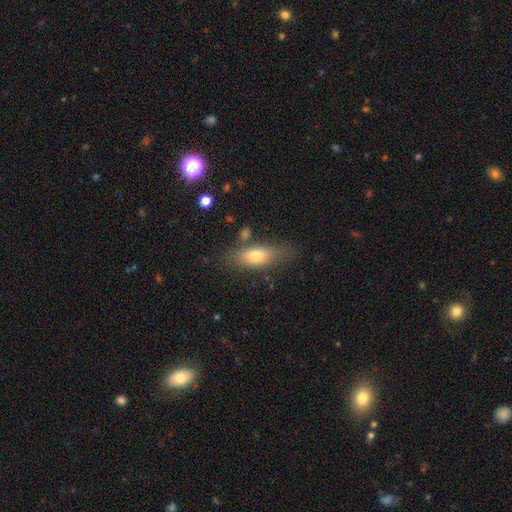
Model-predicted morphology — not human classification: smooth_or_featured: smooth (p=0.72) [alt: featured or disk p=0.20]
how_rounded: in between (p=0.73) [alt: cigar-shaped p=0.22]
merging: none (p=0.67) [alt: minor disturbance p=0.20]